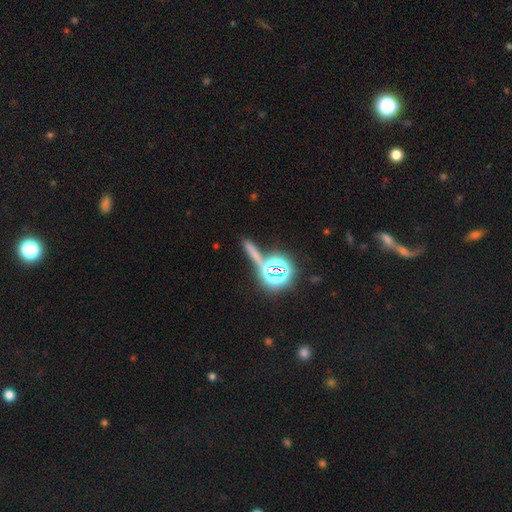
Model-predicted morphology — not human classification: A star or artifact, not a galaxy (51%).